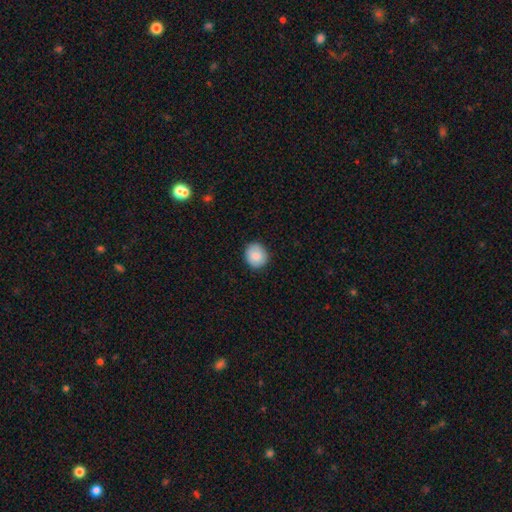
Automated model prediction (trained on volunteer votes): A smooth galaxy with no disk features (87%) that is round (82%).

Vote fractions:
- Smooth or featured? smooth: 87% / star or artifact: 7% / featured or disk: 5%
- How rounded? round: 82% / in between: 17% / cigar-shaped: 1%
- Merging? none: 88% / minor disturbance: 9% / major disturbance: 2% / merger: 1%